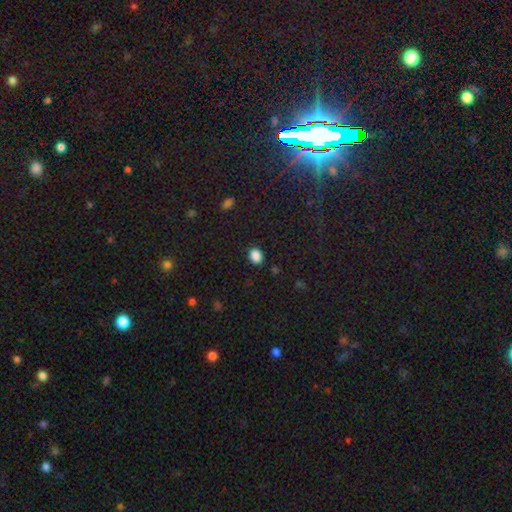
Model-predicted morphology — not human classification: The model was most divided on "how rounded": in between: 55%, round: 44%, cigar-shaped: 1%. More confident: merging — none (88%); smooth or featured — smooth (87%).